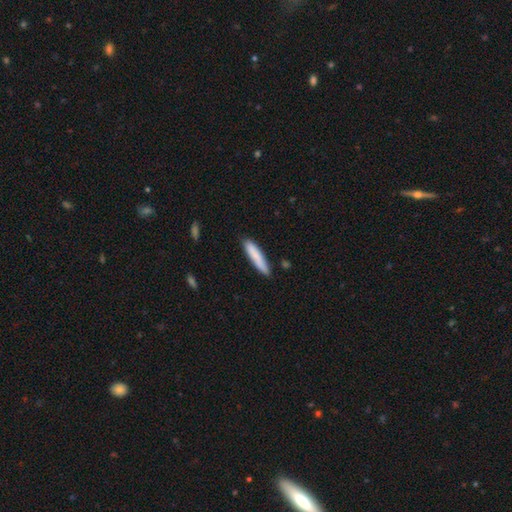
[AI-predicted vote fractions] This appears to be a smooth galaxy with no disk features (82%) that is cigar-shaped (87%). Merging: none (84%).